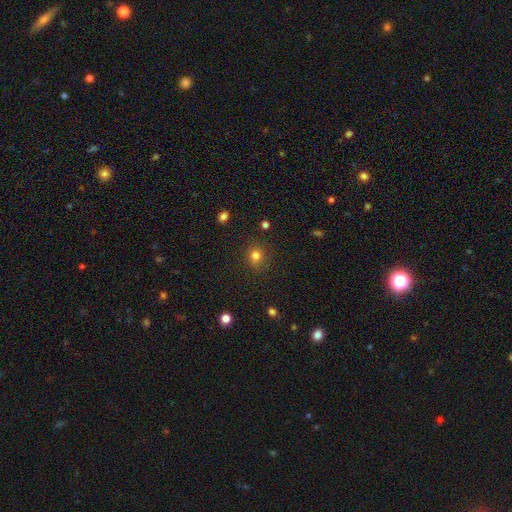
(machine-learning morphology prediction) Smooth or featured?
  - smooth: 79% *
  - star or artifact: 15%
  - featured or disk: 6%
How rounded?
  - round: 86% *
  - in between: 13%
  - cigar-shaped: 1%
Merging?
  - none: 86% *
  - minor disturbance: 9%
  - major disturbance: 3%
  - merger: 2%